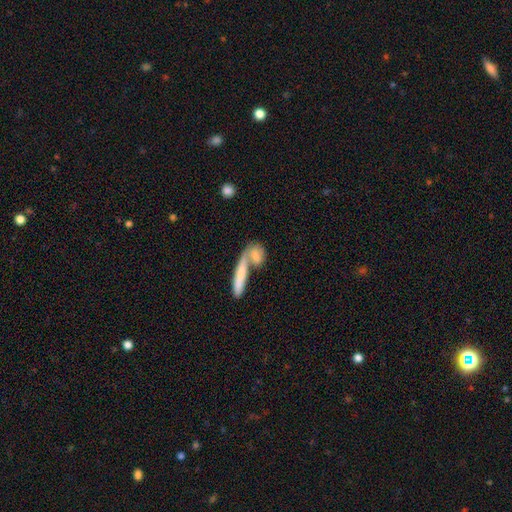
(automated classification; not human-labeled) smooth_or_featured: smooth (p=0.70) [alt: featured or disk p=0.23]
how_rounded: cigar-shaped (p=0.44) [alt: in between p=0.40]
merging: merger (p=0.47) [alt: none p=0.36]